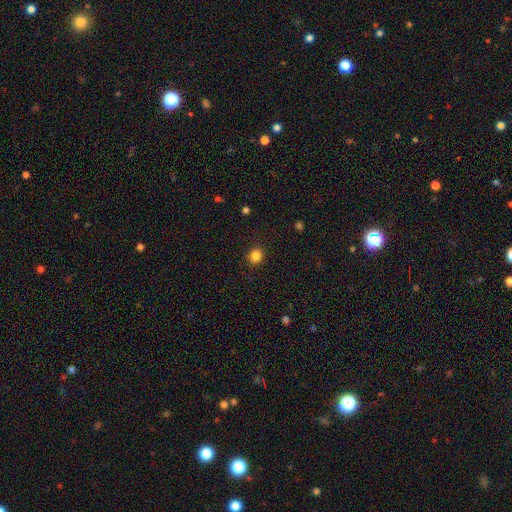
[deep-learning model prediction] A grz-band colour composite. It shows a smooth galaxy with no disk features (84%) that is round (72%). Merging: none (89%).